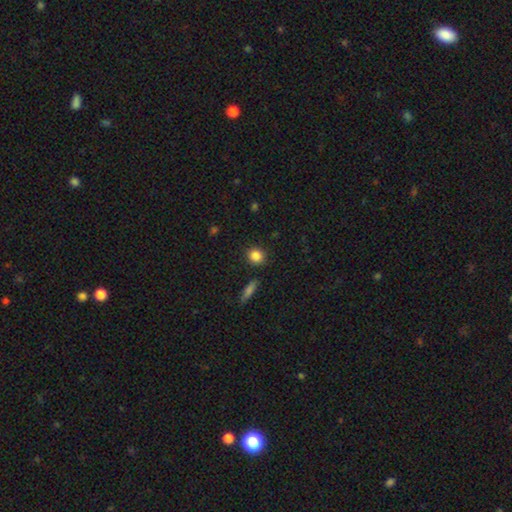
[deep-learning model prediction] Morphology: type=smooth (86%); roundness=round (84%); merging=none (88%).